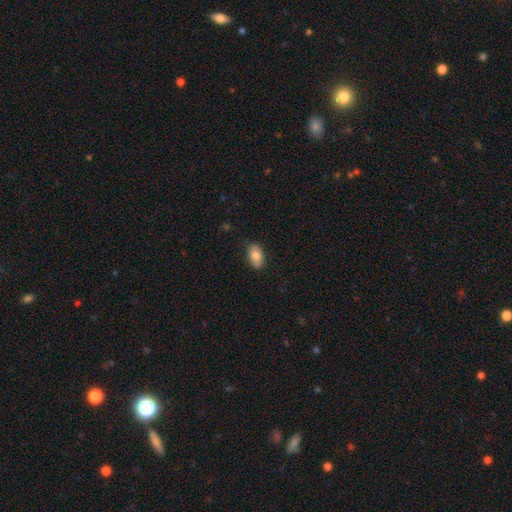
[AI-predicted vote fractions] Smooth or featured: smooth — 79% (featured or disk — 14%)
How rounded: in between — 91% (round — 7%)
Merging: none — 83% (minor disturbance — 14%)